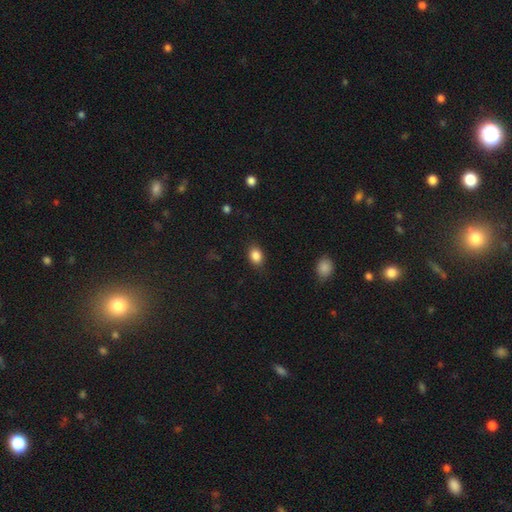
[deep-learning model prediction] Smooth or featured: smooth — 85% (star or artifact — 9%)
How rounded: in between — 70% (round — 29%)
Merging: none — 85% (minor disturbance — 11%)